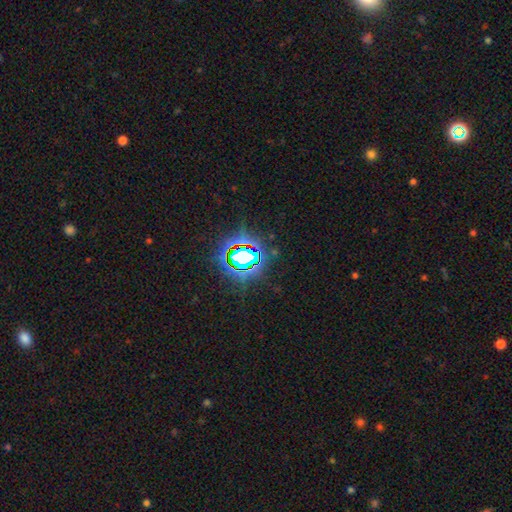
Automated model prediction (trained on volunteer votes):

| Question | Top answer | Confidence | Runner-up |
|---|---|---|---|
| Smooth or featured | star or artifact | 82% | smooth (11%) |